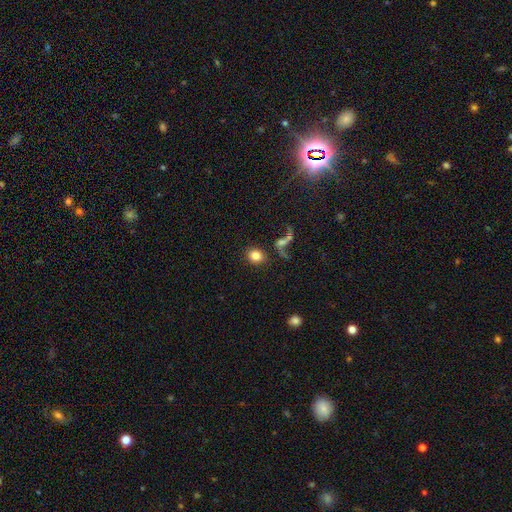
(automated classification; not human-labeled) The model was most divided on "how rounded": round: 65%, in between: 33%, cigar-shaped: 1%. More confident: smooth or featured — smooth (81%); merging — none (78%).